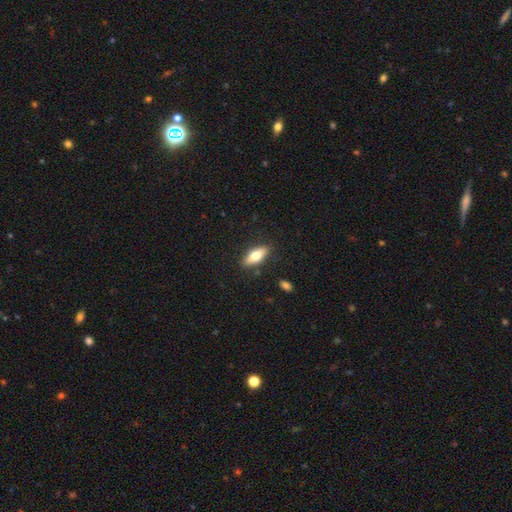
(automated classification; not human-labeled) Smooth or featured? Predicted: smooth (p=0.68). How rounded? Predicted: in between (p=0.68). Merging? Predicted: none (p=0.86).